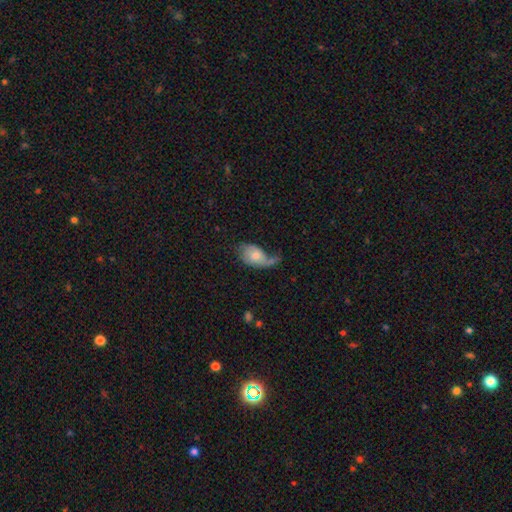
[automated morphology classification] Smooth or featured? smooth (54%)
How rounded? in between (87%)
Merging? major disturbance (39%)